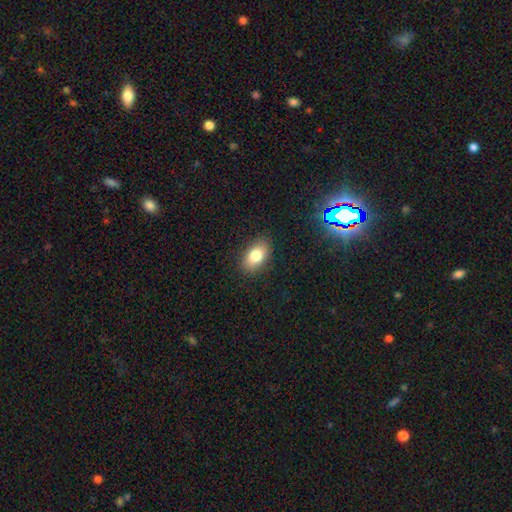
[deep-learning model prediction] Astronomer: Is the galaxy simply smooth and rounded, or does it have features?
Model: smooth — 81%.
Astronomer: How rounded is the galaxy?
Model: in between — 90%.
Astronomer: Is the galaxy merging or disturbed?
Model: none — 87%.